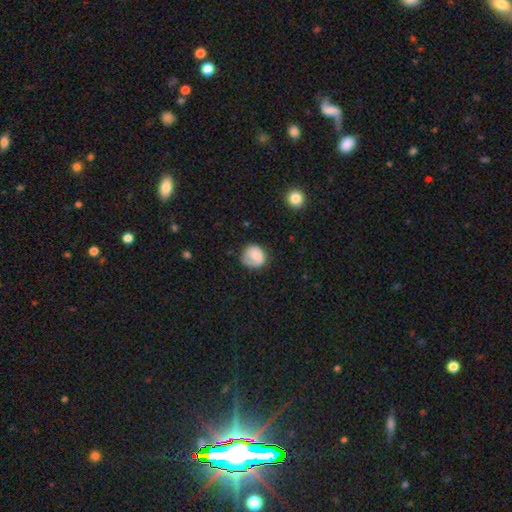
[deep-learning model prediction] smooth-or-featured: smooth: 71% | featured or disk: 22% | star or artifact: 8%
  how-rounded: round: 76% | in between: 23% | cigar-shaped: 1%
  merging: none: 60% | minor disturbance: 26% | major disturbance: 11% | merger: 2%